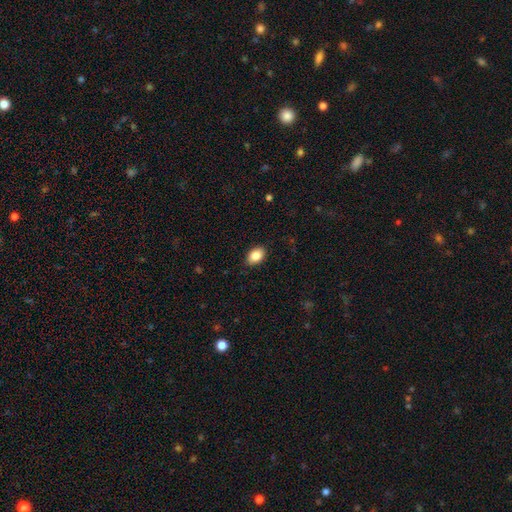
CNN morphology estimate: smooth-or-featured: smooth: 86% | star or artifact: 8% | featured or disk: 6%
  how-rounded: in between: 88% | round: 11% | cigar-shaped: 1%
  merging: none: 87% | minor disturbance: 10% | major disturbance: 2% | merger: 1%